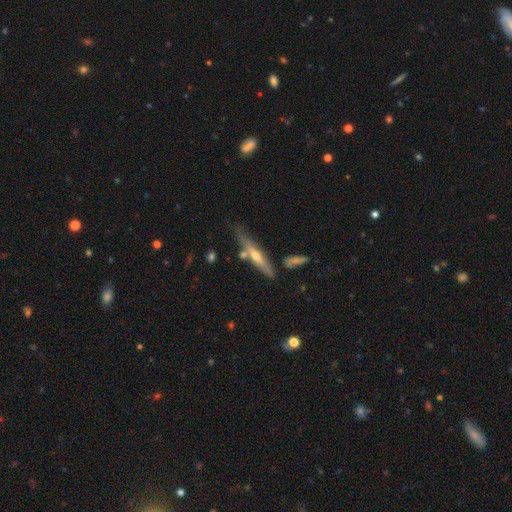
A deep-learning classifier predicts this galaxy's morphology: Smooth or featured? Predicted: featured or disk (p=0.63). Edge-on disk? Predicted: yes (p=0.91). Edge-on bulge? Predicted: rounded (p=0.80). Merging? Predicted: none (p=0.69).